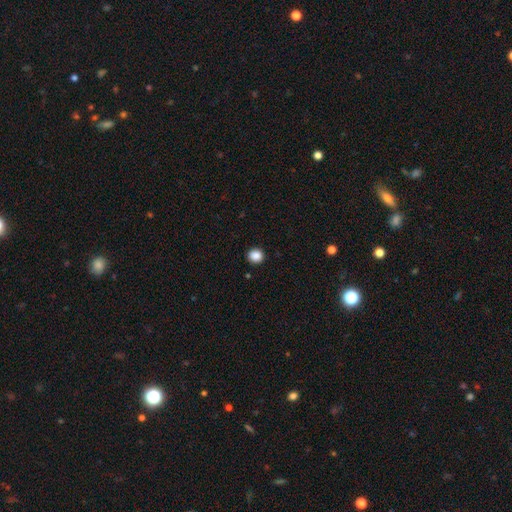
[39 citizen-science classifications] smooth 85%, star or artifact 10%, featured or disk 5%. Down the decision tree: how rounded — round (100%); merging — none (91%).